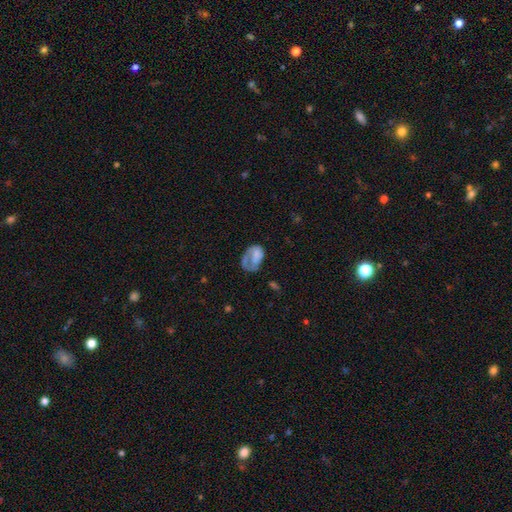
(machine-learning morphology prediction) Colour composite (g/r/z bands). It shows a smooth galaxy with no disk features (52%) that is in between round and cigar-shaped (79%). Merging: major disturbance (44%).